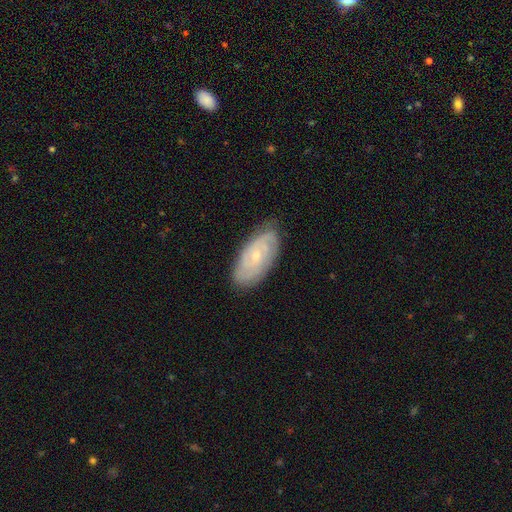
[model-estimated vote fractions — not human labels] Morphology: type=featured or disk (78%); edge-on=no (94%); bar=no (69%); spiral arms=yes (94%); winding=tight (69%); arm count=2 (36%); bulge=small (69%); merging=none (80%).